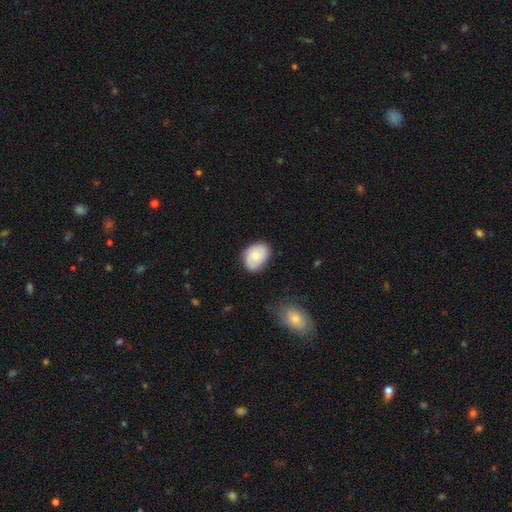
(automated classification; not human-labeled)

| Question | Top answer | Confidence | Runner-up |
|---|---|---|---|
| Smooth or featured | smooth | 70% | featured or disk (24%) |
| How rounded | in between | 74% | round (25%) |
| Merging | none | 76% | minor disturbance (18%) |